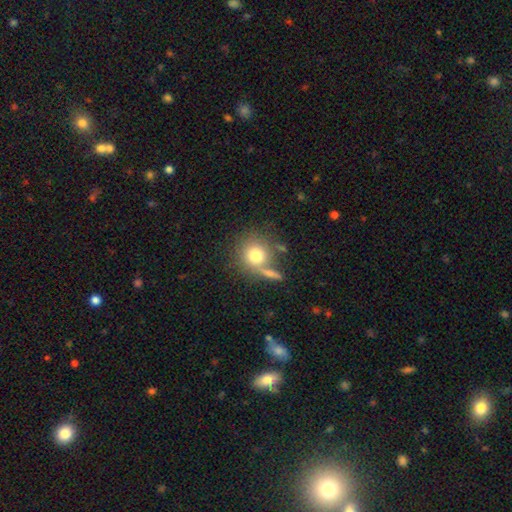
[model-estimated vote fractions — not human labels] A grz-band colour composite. It shows a smooth galaxy with no disk features (75%) that is round (89%). Merging: none (60%).